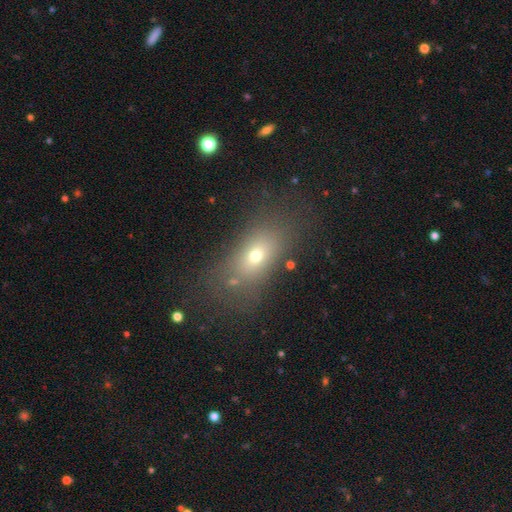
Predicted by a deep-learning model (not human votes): smooth-or-featured: smooth: 64% | featured or disk: 19% | star or artifact: 17%
  how-rounded: in between: 75% | round: 16% | cigar-shaped: 9%
  merging: none: 71% | minor disturbance: 15% | major disturbance: 9% | merger: 5%